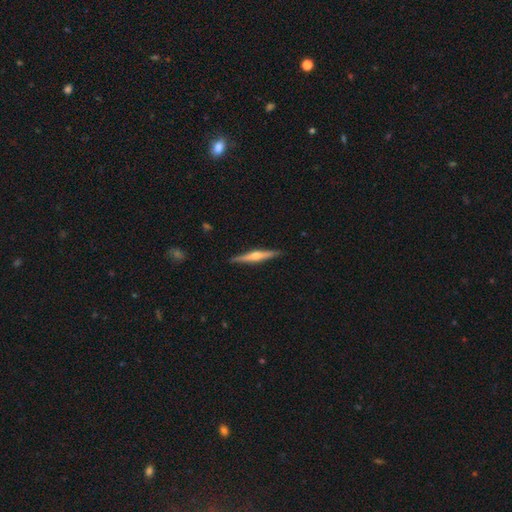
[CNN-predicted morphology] type=featured or disk (70%); edge-on=yes (98%); edge-on bulge=rounded (88%); merging=none (91%).